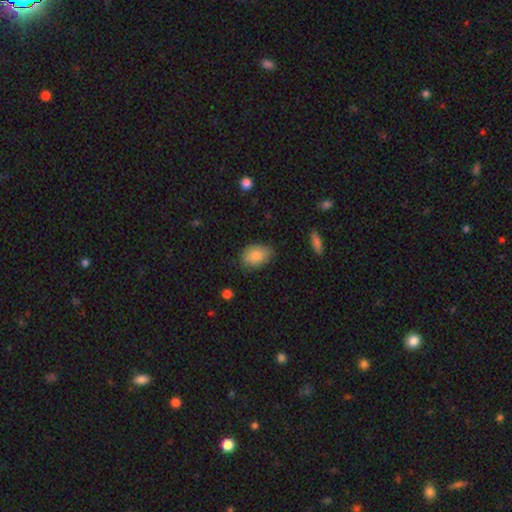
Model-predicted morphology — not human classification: A smooth galaxy with no disk features (85%) that is in between round and cigar-shaped (79%). Merging: none (72%).